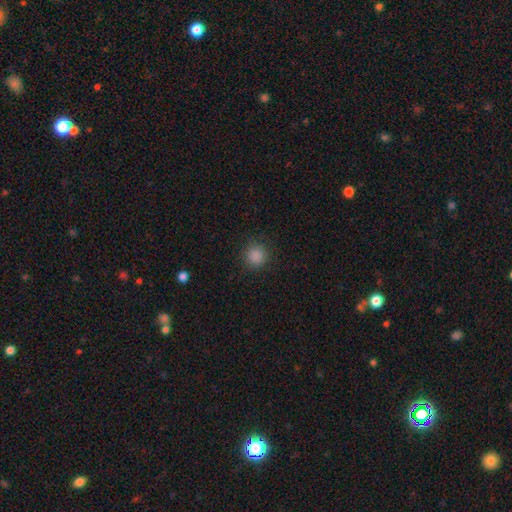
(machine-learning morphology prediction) Smooth or featured?
  - smooth: 86% *
  - star or artifact: 12%
  - featured or disk: 3%
How rounded?
  - round: 93% *
  - in between: 6%
  - cigar-shaped: 1%
Merging?
  - none: 89% *
  - minor disturbance: 7%
  - major disturbance: 3%
  - merger: 1%